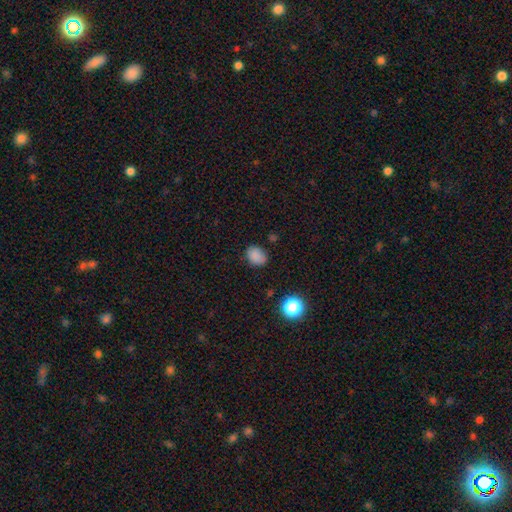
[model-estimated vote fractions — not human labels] Smooth or featured? smooth (83%)
How rounded? in between (56%)
Merging? none (80%)